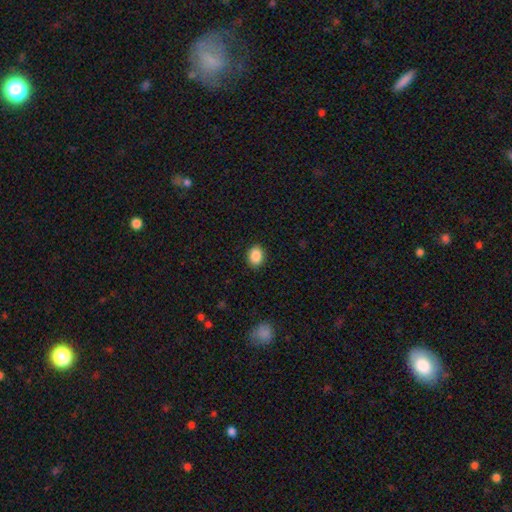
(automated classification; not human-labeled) Smooth or featured? smooth (88%)
How rounded? in between (58%)
Merging? none (90%)